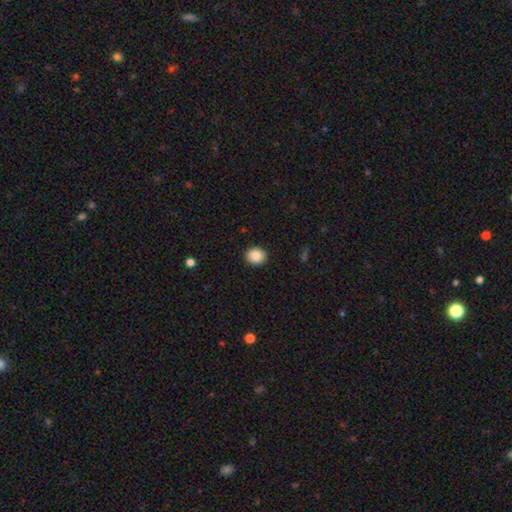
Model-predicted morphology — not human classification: Smooth or featured? Predicted: smooth (p=0.87). How rounded? Predicted: round (p=0.70). Merging? Predicted: none (p=0.91).